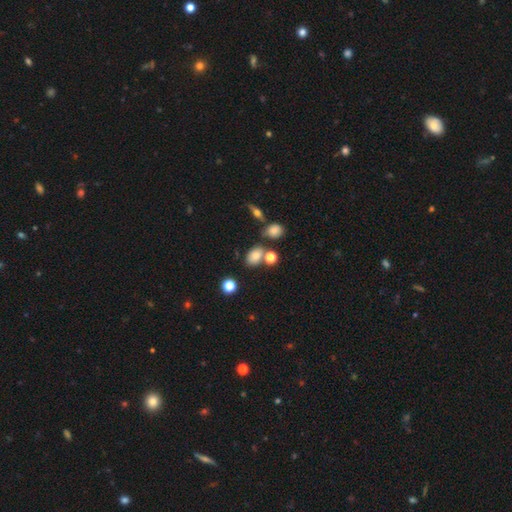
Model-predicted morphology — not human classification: Smooth or featured: smooth — 73% (star or artifact — 13%)
How rounded: in between — 78% (round — 21%)
Merging: none — 62% (merger — 19%)